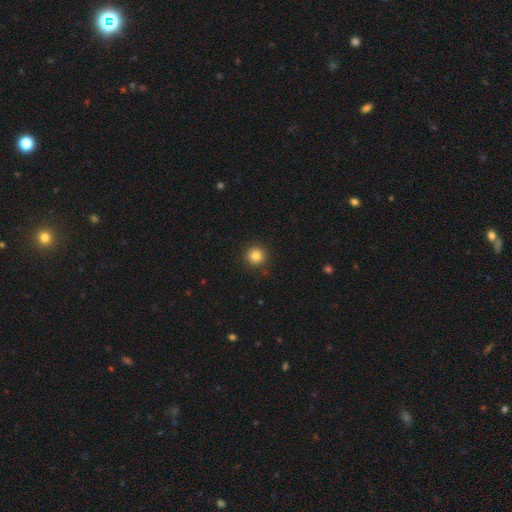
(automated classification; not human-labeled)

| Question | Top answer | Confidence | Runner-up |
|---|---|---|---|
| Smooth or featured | smooth | 83% | star or artifact (11%) |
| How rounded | round | 95% | in between (4%) |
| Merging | none | 92% | minor disturbance (5%) |